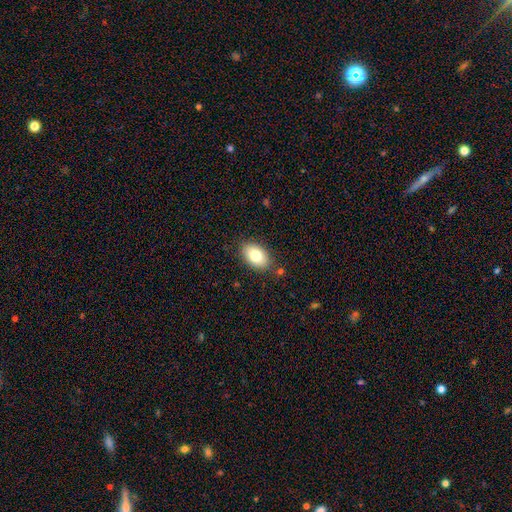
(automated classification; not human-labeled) smooth 80%, featured or disk 12%, star or artifact 8%. Down the decision tree: how rounded — in between (90%); merging — none (83%).